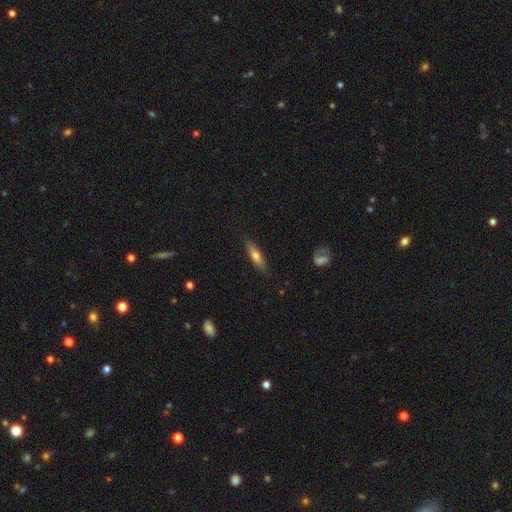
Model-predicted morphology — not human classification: smooth_or_featured: smooth (p=0.60) [alt: featured or disk p=0.33]
how_rounded: cigar-shaped (p=0.69) [alt: in between p=0.29]
merging: none (p=0.85) [alt: minor disturbance p=0.11]